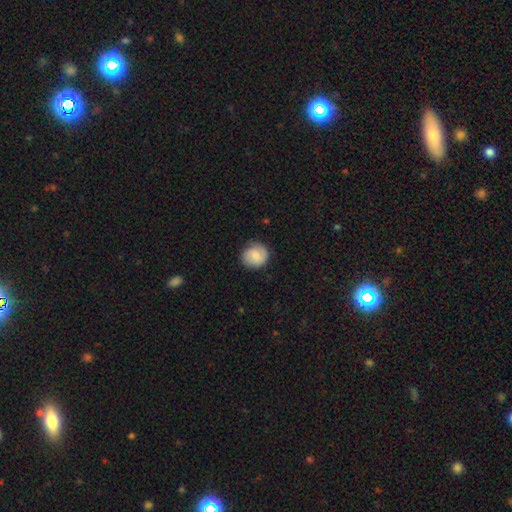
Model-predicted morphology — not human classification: Q: Smooth or featured?
A: smooth (71%); runner-up: featured or disk (23%)
Q: How rounded?
A: round (86%); runner-up: in between (13%)
Q: Merging?
A: none (81%); runner-up: minor disturbance (14%)